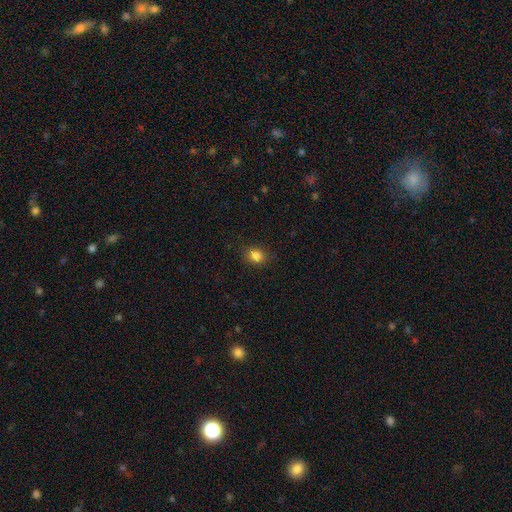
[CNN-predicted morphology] Smooth or featured: smooth — 85% (star or artifact — 11%)
How rounded: round — 51% (in between — 48%)
Merging: none — 87% (minor disturbance — 10%)